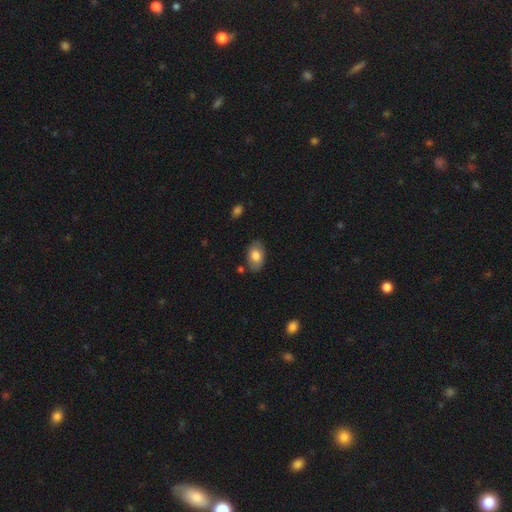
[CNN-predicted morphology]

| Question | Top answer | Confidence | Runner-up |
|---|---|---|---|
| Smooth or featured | smooth | 77% | featured or disk (16%) |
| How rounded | in between | 91% | round (8%) |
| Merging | none | 80% | minor disturbance (14%) |